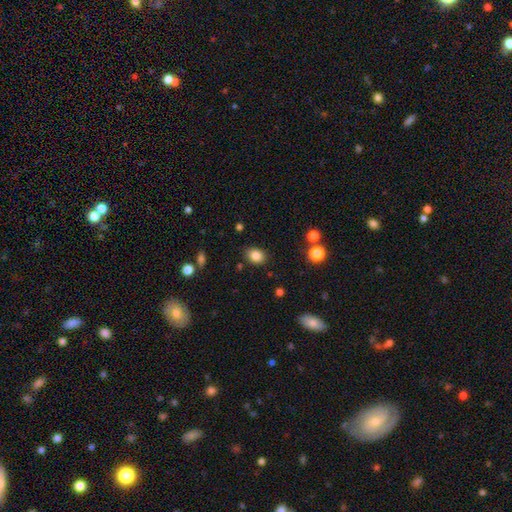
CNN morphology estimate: Smooth or featured: smooth — 85% (star or artifact — 10%)
How rounded: in between — 62% (round — 37%)
Merging: none — 85% (minor disturbance — 10%)